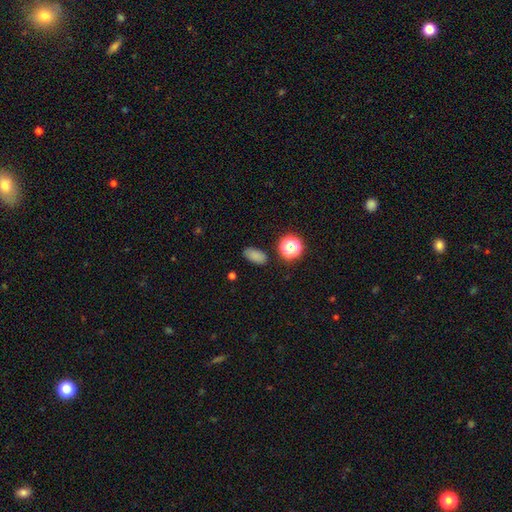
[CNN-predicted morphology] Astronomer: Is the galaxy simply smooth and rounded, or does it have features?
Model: smooth — 81%.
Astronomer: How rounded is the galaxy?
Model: in between — 87%.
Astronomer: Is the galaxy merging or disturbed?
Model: none — 84%.